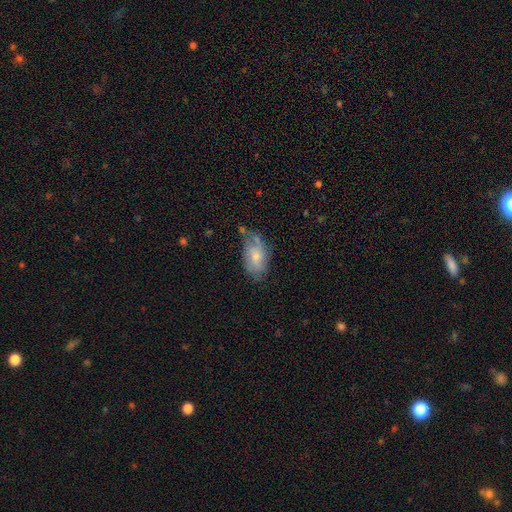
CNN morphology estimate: A smooth galaxy with no disk features (48%).

Vote fractions:
- Smooth or featured? smooth: 48% / featured or disk: 45% / star or artifact: 7%
- Merging? none: 50% / minor disturbance: 33% / major disturbance: 14% / merger: 4%